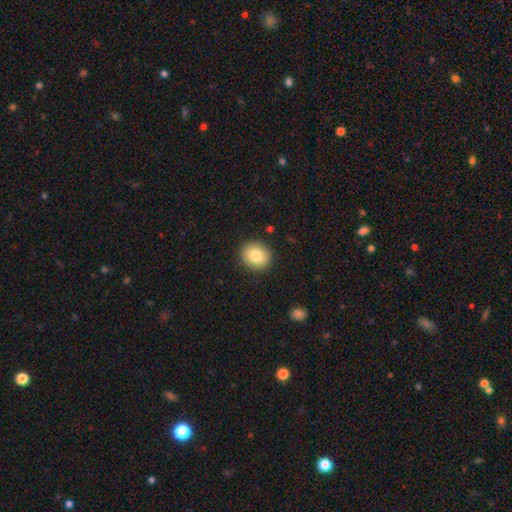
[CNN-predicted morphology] smooth_or_featured: smooth (p=0.81) [alt: featured or disk p=0.10]
how_rounded: round (p=0.75) [alt: in between p=0.24]
merging: none (p=0.89) [alt: minor disturbance p=0.08]